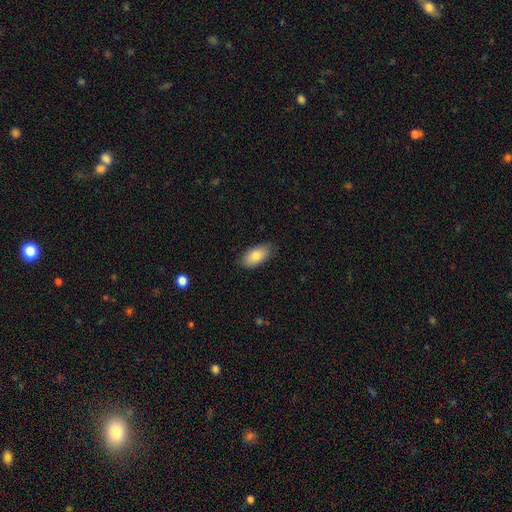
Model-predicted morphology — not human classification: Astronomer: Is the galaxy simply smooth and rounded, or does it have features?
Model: smooth — 82%.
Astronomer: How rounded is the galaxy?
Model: in between — 93%.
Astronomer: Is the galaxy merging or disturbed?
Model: none — 82%.